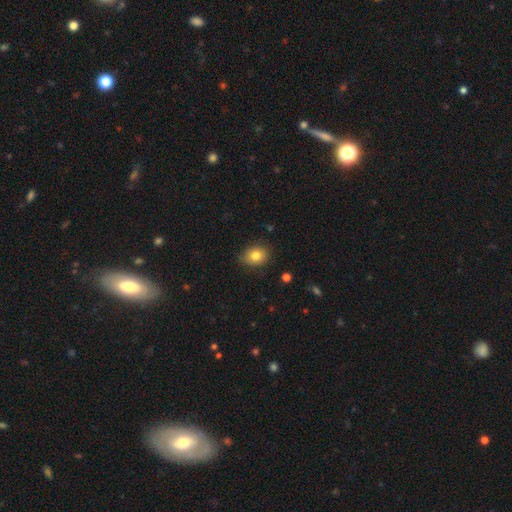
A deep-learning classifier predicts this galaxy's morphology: A smooth galaxy with no disk features (82%) that is in between round and cigar-shaped (54%). Merging: none (81%).